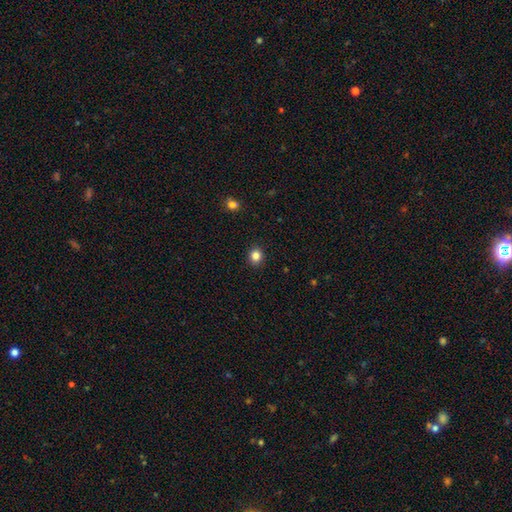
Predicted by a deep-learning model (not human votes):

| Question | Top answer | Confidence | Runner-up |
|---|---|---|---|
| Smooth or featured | smooth | 84% | star or artifact (12%) |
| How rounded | round | 83% | in between (16%) |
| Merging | none | 92% | minor disturbance (5%) |